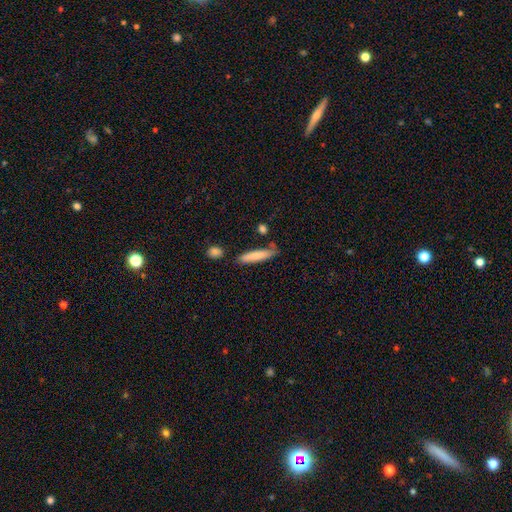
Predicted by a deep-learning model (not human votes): This appears to be a smooth galaxy with no disk features (79%) that is cigar-shaped (83%). Merging: none (73%).